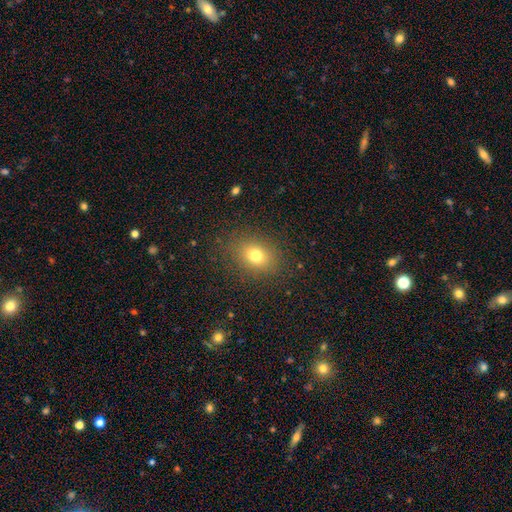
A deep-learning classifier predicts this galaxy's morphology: smooth 75%, star or artifact 14%, featured or disk 10%. Down the decision tree: how rounded — in between (51%); merging — none (85%).